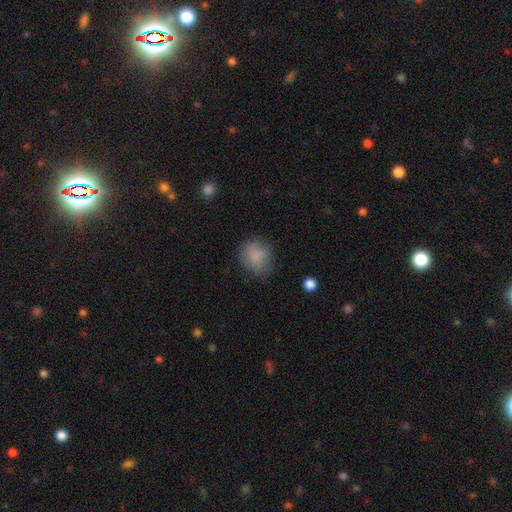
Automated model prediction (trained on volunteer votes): smooth-or-featured: smooth: 84% | star or artifact: 9% | featured or disk: 8%
  how-rounded: round: 70% | in between: 29% | cigar-shaped: 1%
  merging: none: 74% | minor disturbance: 19% | major disturbance: 6% | merger: 1%